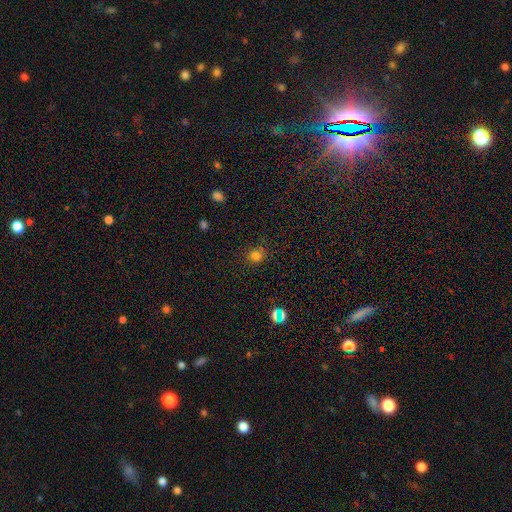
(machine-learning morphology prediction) smooth-or-featured: smooth: 74% | star or artifact: 20% | featured or disk: 6%
  how-rounded: round: 82% | in between: 17% | cigar-shaped: 1%
  merging: none: 78% | minor disturbance: 13% | merger: 4% | major disturbance: 4%